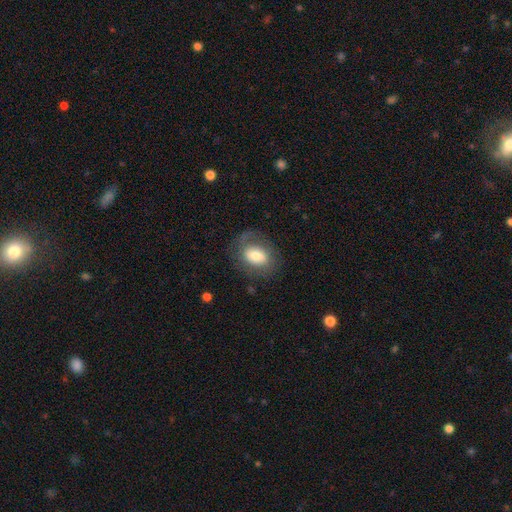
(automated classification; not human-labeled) Smooth or featured?
  - smooth: 63% *
  - featured or disk: 29%
  - star or artifact: 8%
How rounded?
  - in between: 66% *
  - round: 33%
  - cigar-shaped: 1%
Merging?
  - none: 68% *
  - minor disturbance: 18%
  - major disturbance: 12%
  - merger: 1%